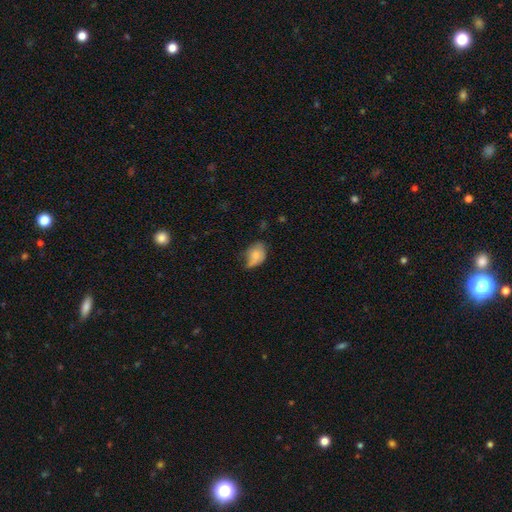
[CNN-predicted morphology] Q: Smooth or featured?
A: smooth (73%); runner-up: featured or disk (19%)
Q: How rounded?
A: in between (78%); runner-up: round (20%)
Q: Merging?
A: minor disturbance (46%); runner-up: none (34%)